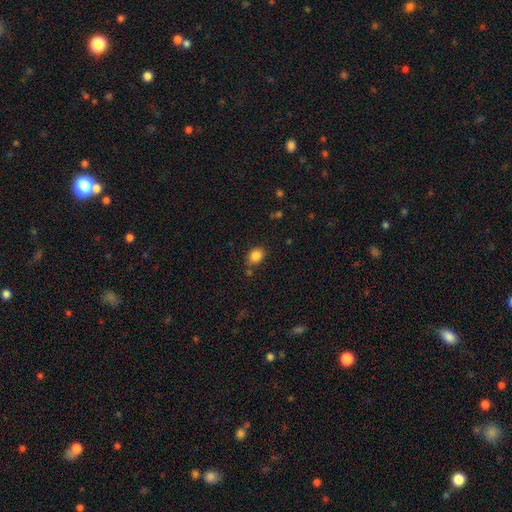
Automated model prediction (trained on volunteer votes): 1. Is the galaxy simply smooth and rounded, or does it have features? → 86% smooth, 9% star or artifact, 5% featured or disk.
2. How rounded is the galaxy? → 69% in between, 30% round, 1% cigar-shaped.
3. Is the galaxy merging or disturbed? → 76% none, 15% minor disturbance, 5% merger, 4% major disturbance.